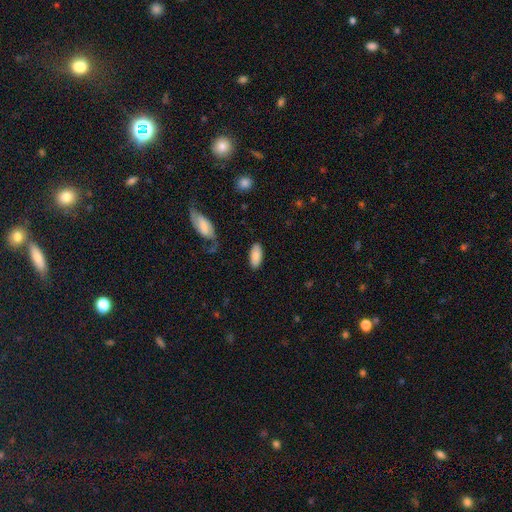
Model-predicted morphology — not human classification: This appears to be a smooth galaxy with no disk features (83%) that is in between round and cigar-shaped (90%). Merging: none (83%).